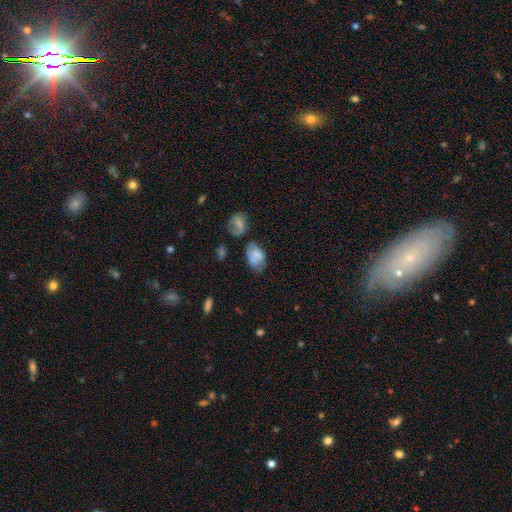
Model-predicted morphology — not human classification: This is likely a smooth galaxy (64%). How rounded: clearly in between (88%). Merging: marginally none (42%).